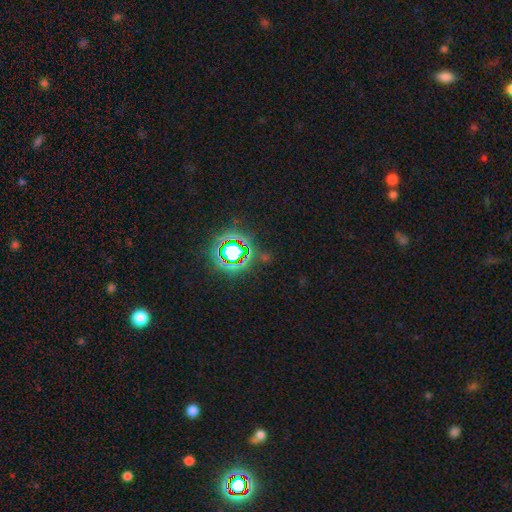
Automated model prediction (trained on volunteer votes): This is clearly a star or artifact rather than a galaxy (80%).